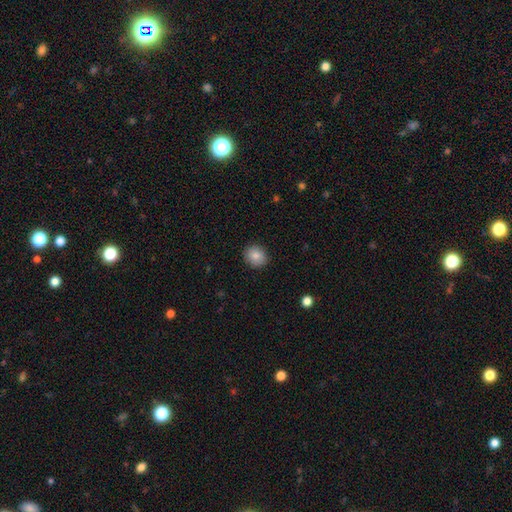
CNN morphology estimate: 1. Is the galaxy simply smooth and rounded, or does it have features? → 84% smooth, 9% star or artifact, 7% featured or disk.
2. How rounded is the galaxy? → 83% round, 16% in between, 1% cigar-shaped.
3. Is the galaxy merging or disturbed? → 90% none, 8% minor disturbance, 2% major disturbance, 1% merger.